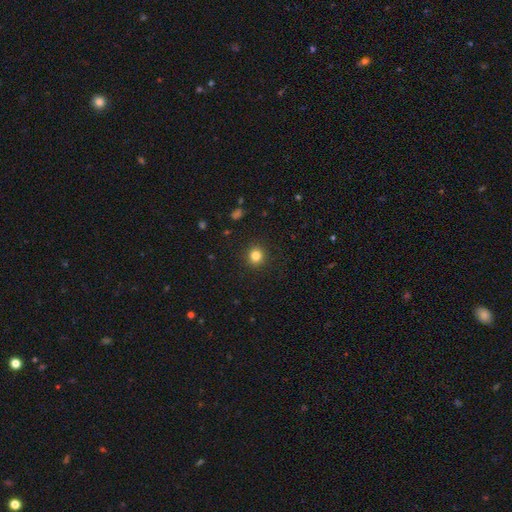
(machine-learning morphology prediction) smooth 83%, star or artifact 12%, featured or disk 5%. Down the decision tree: how rounded — round (89%); merging — none (91%).